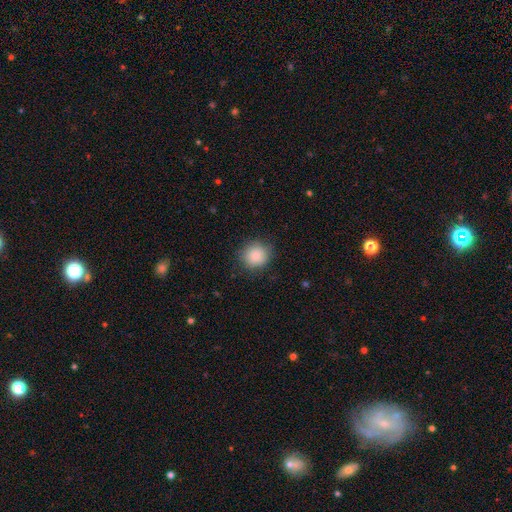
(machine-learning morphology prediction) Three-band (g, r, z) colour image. It shows a smooth galaxy with no disk features (87%) that is round (88%). Merging: none (84%).